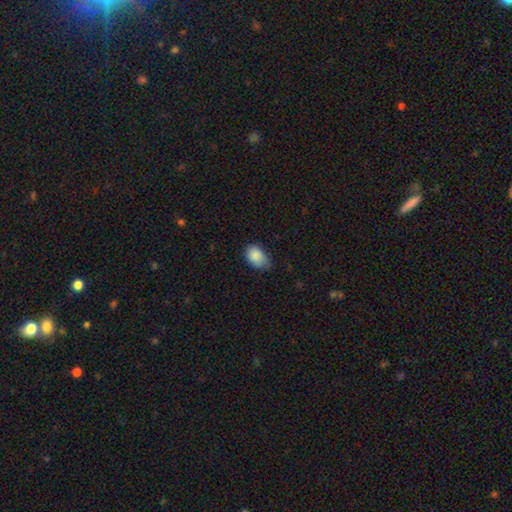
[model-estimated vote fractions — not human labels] smooth 87%, star or artifact 7%, featured or disk 6%. Down the decision tree: how rounded — in between (85%); merging — none (57%).